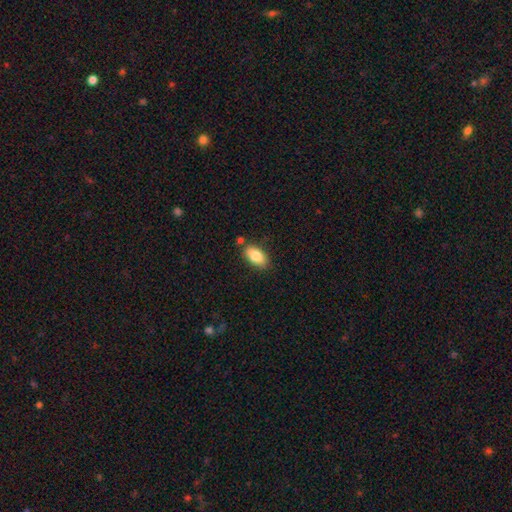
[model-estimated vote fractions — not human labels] Smooth or featured?
  - smooth: 83% *
  - featured or disk: 10%
  - star or artifact: 7%
How rounded?
  - in between: 92% *
  - round: 5%
  - cigar-shaped: 4%
Merging?
  - none: 78% *
  - minor disturbance: 14%
  - merger: 5%
  - major disturbance: 3%